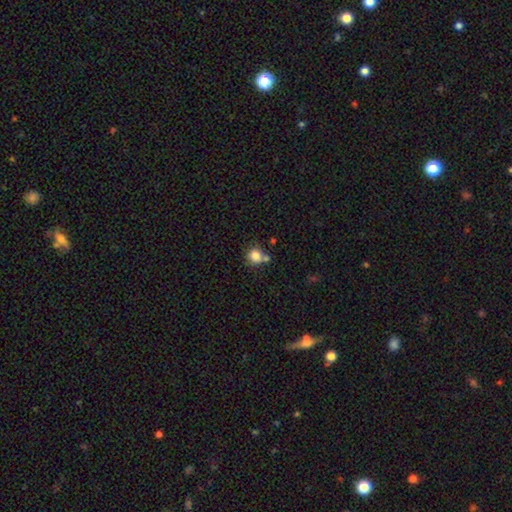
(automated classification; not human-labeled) Morphology: type=smooth (83%); roundness=round (88%); merging=none (59%).